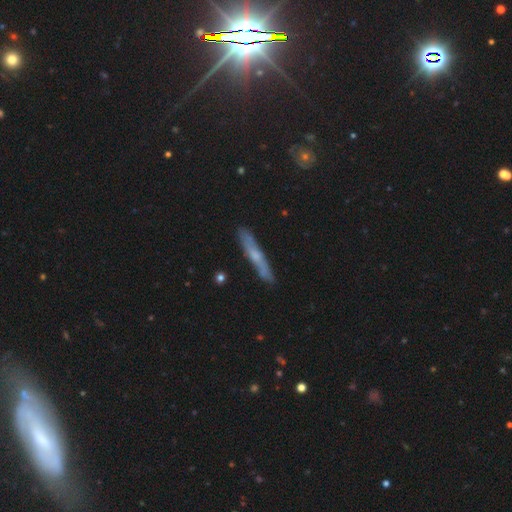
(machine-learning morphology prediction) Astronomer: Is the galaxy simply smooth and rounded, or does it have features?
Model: featured or disk — 52% (runner-up: smooth, 41%).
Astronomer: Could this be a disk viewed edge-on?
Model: yes — 88%.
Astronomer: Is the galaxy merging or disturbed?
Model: none — 86%.